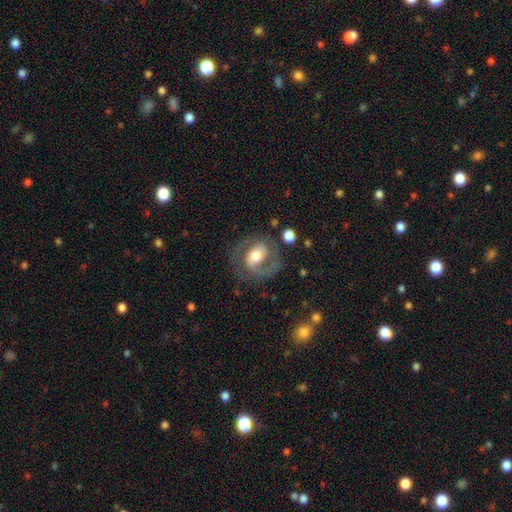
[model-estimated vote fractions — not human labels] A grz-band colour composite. It shows a featured or disk galaxy (81%) with a weak bar (42%), 2 (80%) medium (53%) spiral arms (92%) and a moderate central bulge (65%). Merging: none (70%).